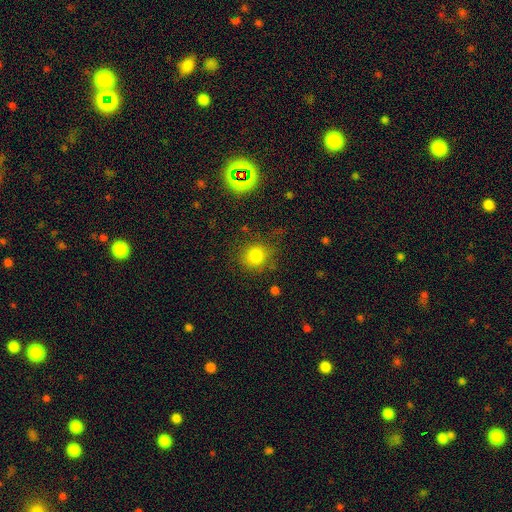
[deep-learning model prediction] Overall: smooth (78%). How rounded: round (85%). Merging: none (77%).